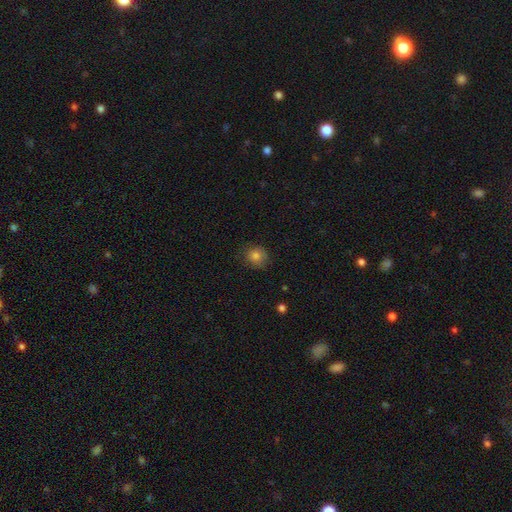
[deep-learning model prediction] Smooth or featured: smooth — 82% (star or artifact — 11%)
How rounded: round — 85% (in between — 14%)
Merging: none — 81% (minor disturbance — 15%)